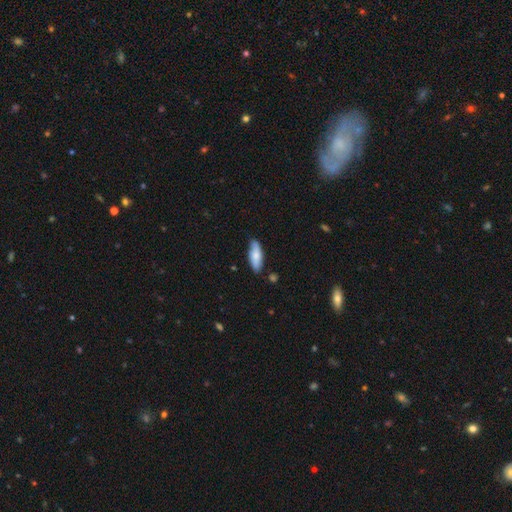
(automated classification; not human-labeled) Overall: smooth (75%). How rounded: in between (65%; cigar-shaped 33%). Merging: none (78%).